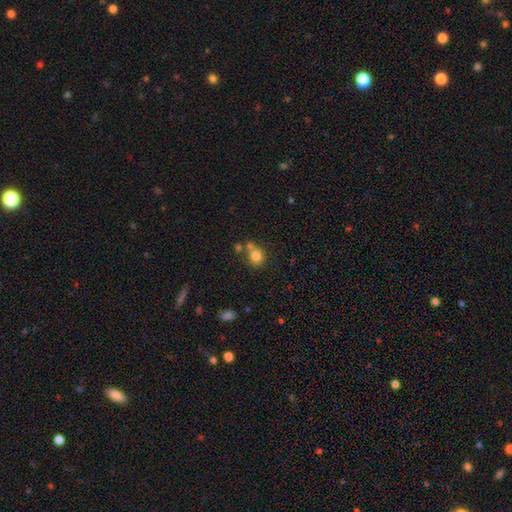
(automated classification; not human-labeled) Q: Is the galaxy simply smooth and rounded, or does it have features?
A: smooth — 79%.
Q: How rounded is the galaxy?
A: round — 69%.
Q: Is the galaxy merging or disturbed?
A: none — 54%.